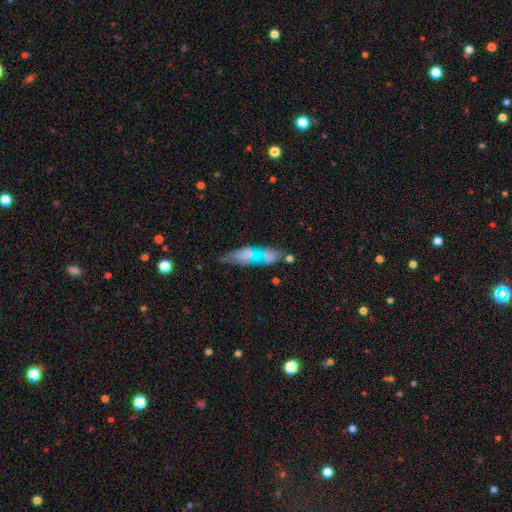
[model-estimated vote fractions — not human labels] This appears to be a smooth galaxy with no disk features (48%). Merging: none (57%).